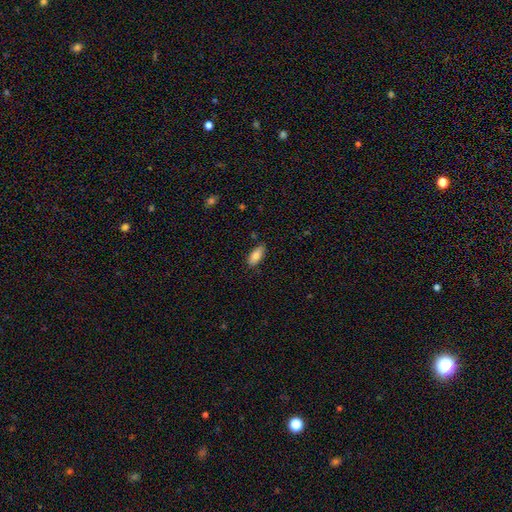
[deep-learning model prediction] Overall: smooth (84%). How rounded: in between (87%). Merging: none (82%).